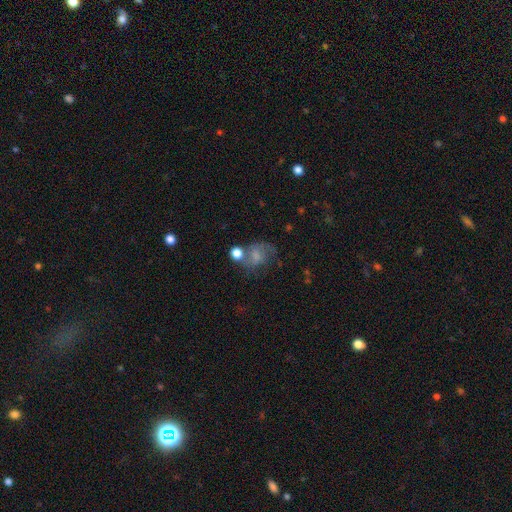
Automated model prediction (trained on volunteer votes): Smooth or featured?
  - smooth: 53% *
  - featured or disk: 31%
  - star or artifact: 16%
How rounded?
  - in between: 50% *
  - round: 48%
  - cigar-shaped: 1%
Merging?
  - none: 37% *
  - major disturbance: 22%
  - minor disturbance: 21%
  - merger: 20%